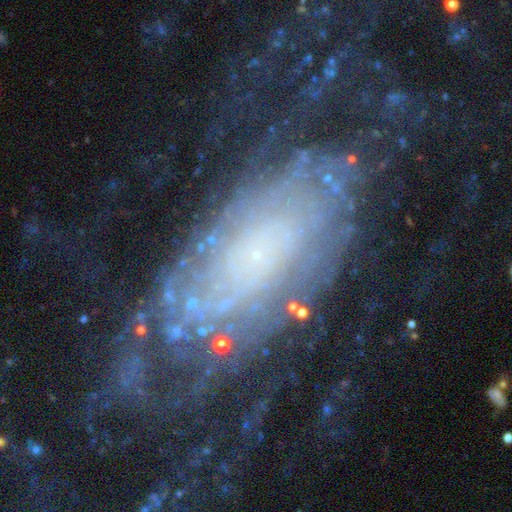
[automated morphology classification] featured or disk 81%, smooth 10%, star or artifact 9%. Down the decision tree: edge-on disk — no (92%); bar — no (73%); spiral arms — yes (92%); spiral arm count — can't tell (44%); spiral winding — tight (66%); bulge size — small (68%); merging — none (68%).